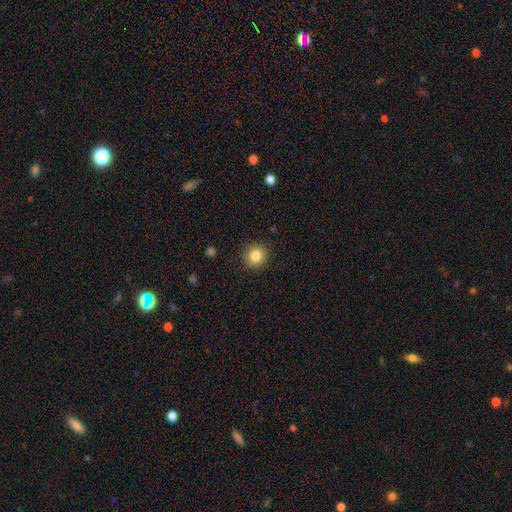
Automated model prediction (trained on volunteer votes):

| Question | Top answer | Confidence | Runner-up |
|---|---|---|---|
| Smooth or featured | smooth | 83% | star or artifact (10%) |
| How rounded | round | 87% | in between (12%) |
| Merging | none | 90% | minor disturbance (6%) |